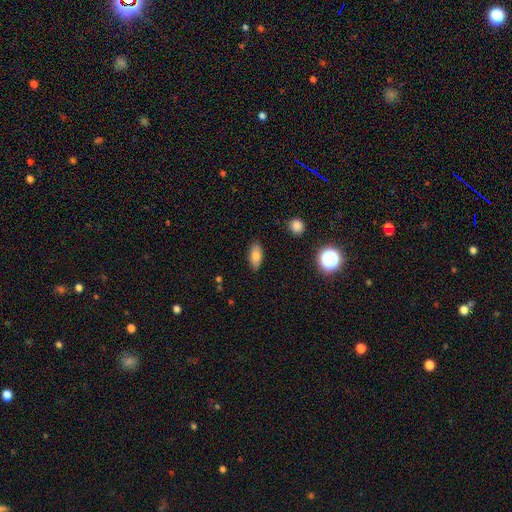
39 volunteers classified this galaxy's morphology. Smooth or featured? 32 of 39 (82%) said smooth. How rounded? 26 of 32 (81%) said in between. Merging? 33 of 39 (85%) said none.